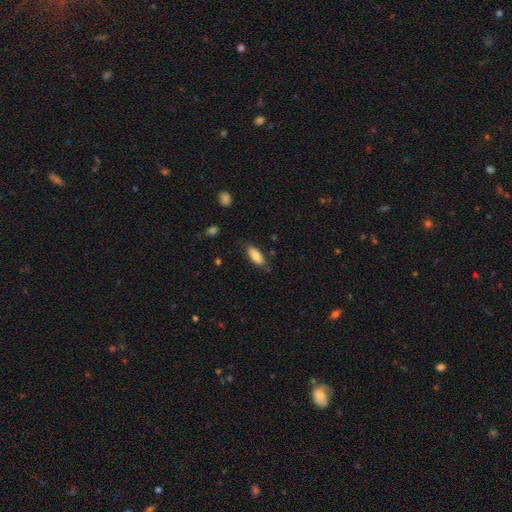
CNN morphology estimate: Smooth or featured? smooth (82%)
How rounded? in between (81%)
Merging? none (76%)